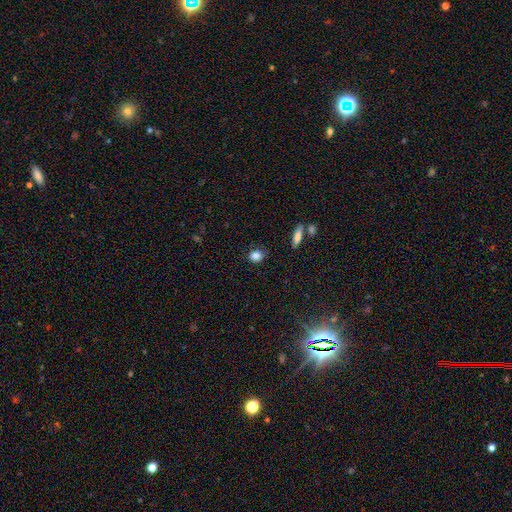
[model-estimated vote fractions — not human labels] The model was most divided on "how rounded": round: 64%, in between: 34%, cigar-shaped: 2%. More confident: smooth or featured — smooth (84%); merging — none (80%).